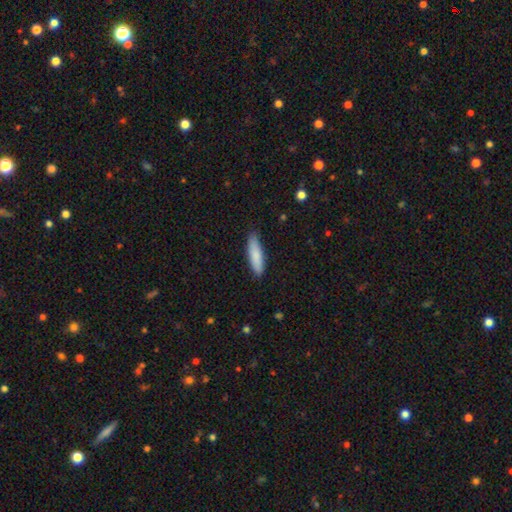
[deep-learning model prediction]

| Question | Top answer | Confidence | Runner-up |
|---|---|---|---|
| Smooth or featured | smooth | 85% | featured or disk (9%) |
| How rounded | cigar-shaped | 68% | in between (31%) |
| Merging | none | 86% | minor disturbance (11%) |